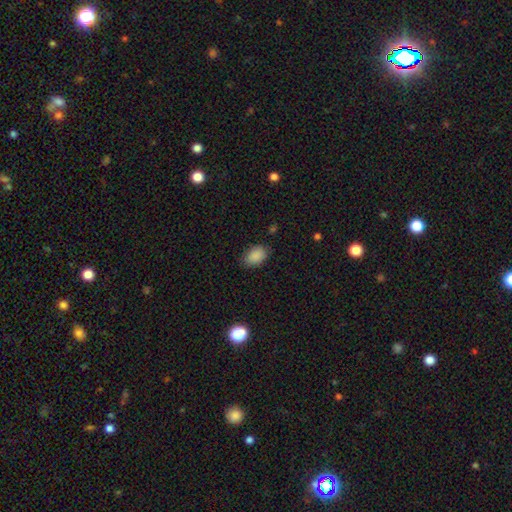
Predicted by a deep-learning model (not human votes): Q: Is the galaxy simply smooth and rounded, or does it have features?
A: smooth — 88%.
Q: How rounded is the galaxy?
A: in between — 86%.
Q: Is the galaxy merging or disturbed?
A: none — 79%.